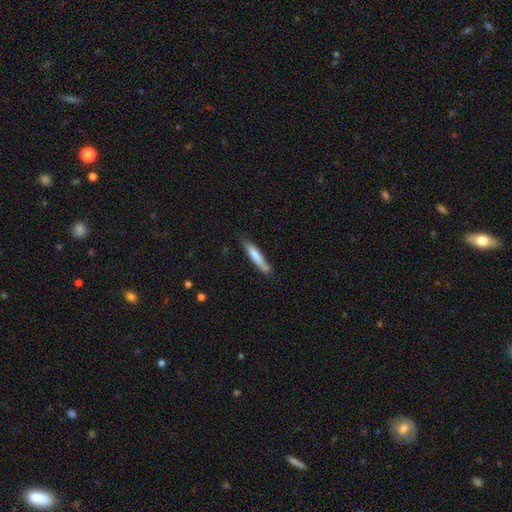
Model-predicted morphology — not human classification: Q: Smooth or featured?
A: smooth (76%); runner-up: featured or disk (19%)
Q: How rounded?
A: cigar-shaped (89%); runner-up: in between (9%)
Q: Merging?
A: none (73%); runner-up: minor disturbance (20%)